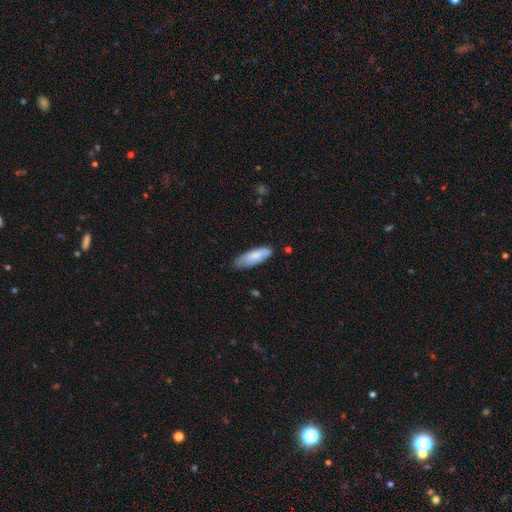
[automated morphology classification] smooth-or-featured: smooth: 79% | featured or disk: 15% | star or artifact: 6%
  how-rounded: in between: 61% | cigar-shaped: 37% | round: 2%
  merging: none: 73% | minor disturbance: 22% | major disturbance: 3% | merger: 2%